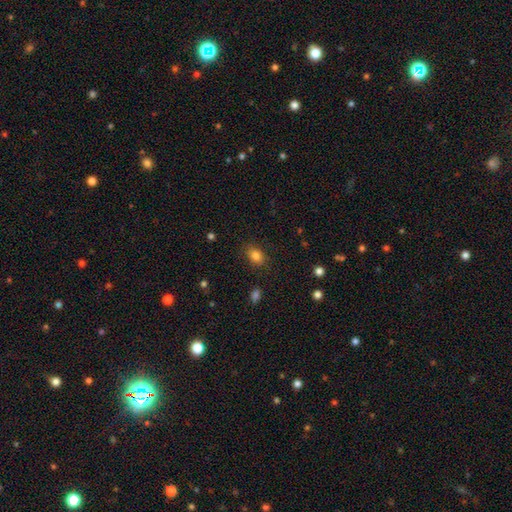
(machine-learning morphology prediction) type=smooth (84%); roundness=in between (72%); merging=none (84%).